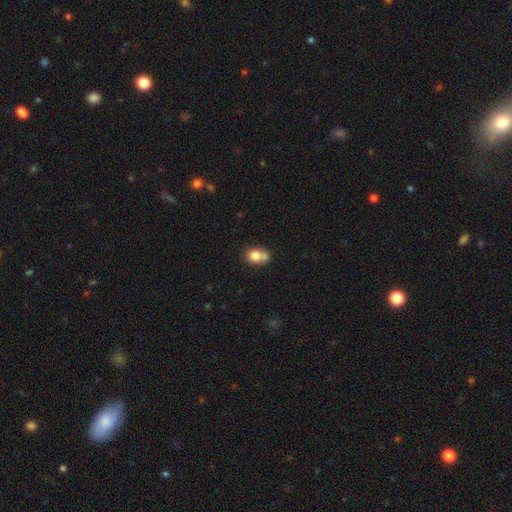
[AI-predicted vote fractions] smooth-or-featured: smooth: 77% | featured or disk: 13% | star or artifact: 9%
  how-rounded: round: 55% | in between: 43% | cigar-shaped: 1%
  merging: merger: 46% | none: 37% | minor disturbance: 12% | major disturbance: 5%